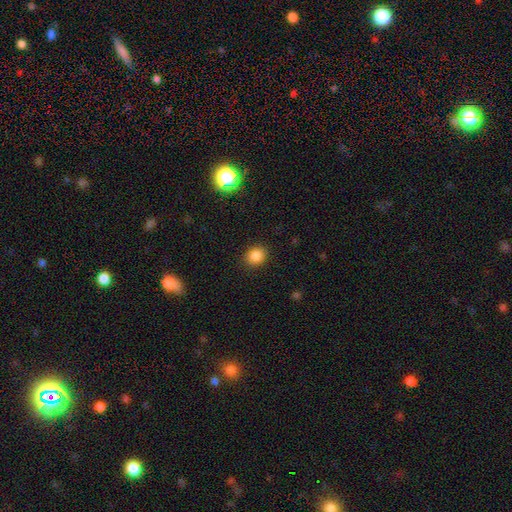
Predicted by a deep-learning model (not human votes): A smooth galaxy with no disk features (85%) that is round (67%). Merging: none (90%).